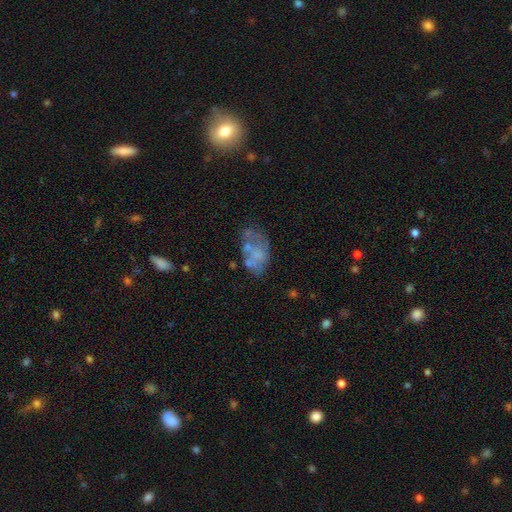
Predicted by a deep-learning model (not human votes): Morphology: type=featured or disk (51%); edge-on=no (97%); merging=none (43%).